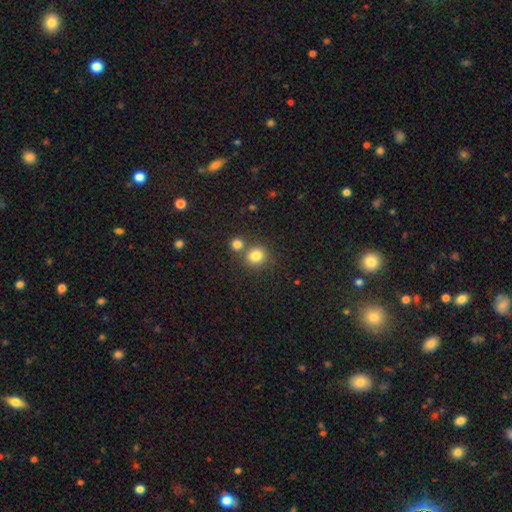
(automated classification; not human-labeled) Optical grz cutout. It shows a smooth galaxy with no disk features (82%) that is round (87%). Merging: none (66%).